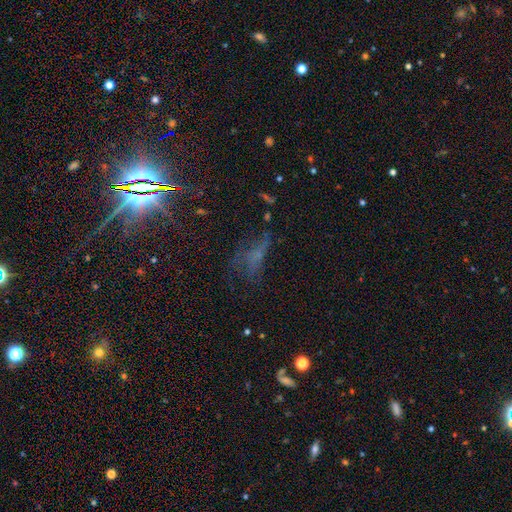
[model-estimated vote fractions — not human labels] star or artifact 43%, featured or disk 30%, smooth 27%.